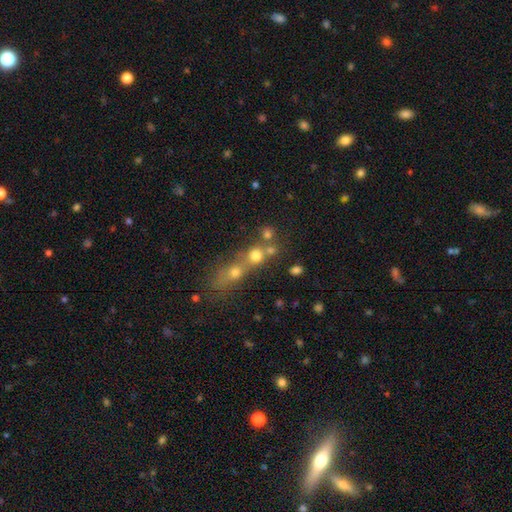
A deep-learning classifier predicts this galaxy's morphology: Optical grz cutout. It shows a smooth galaxy with no disk features (63%) that is round (74%). Merging: merger (53%).